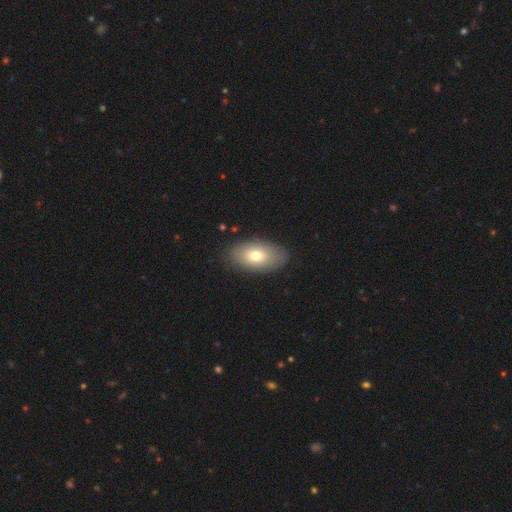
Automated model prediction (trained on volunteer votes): This is likely a smooth galaxy (73%). How rounded: clearly in between (93%). Merging: clearly none (85%).